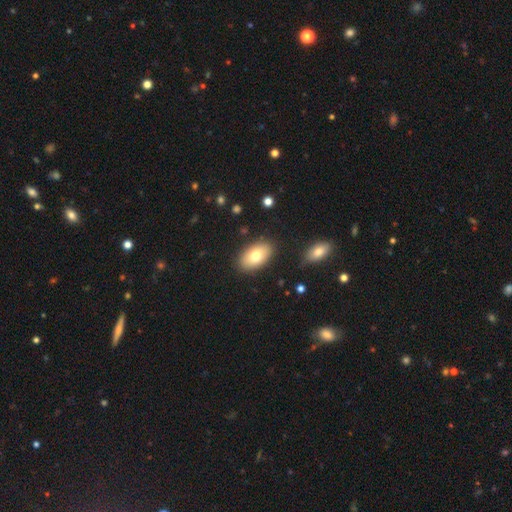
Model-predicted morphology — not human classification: Smooth or featured: smooth — 74% (featured or disk — 19%)
How rounded: in between — 92% (round — 6%)
Merging: none — 86% (minor disturbance — 9%)